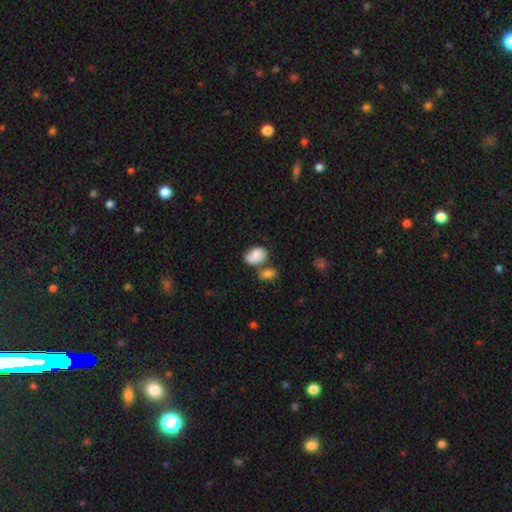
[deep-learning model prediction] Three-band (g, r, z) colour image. It shows a smooth galaxy with no disk features (77%) that is in between round and cigar-shaped (83%). Merging: none (36%).